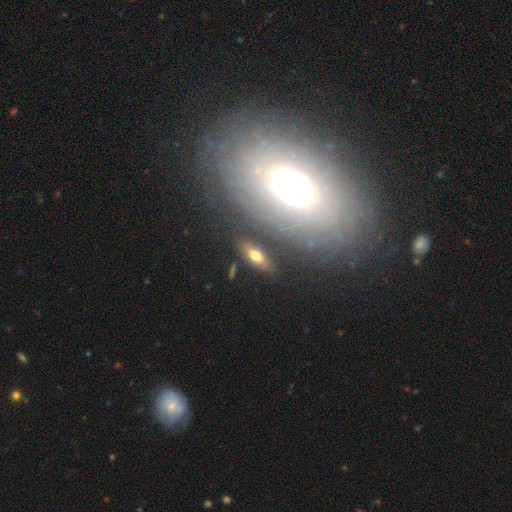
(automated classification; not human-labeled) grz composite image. It shows a smooth galaxy with no disk features (64%) that is in between round and cigar-shaped (77%). Merging: none (79%).